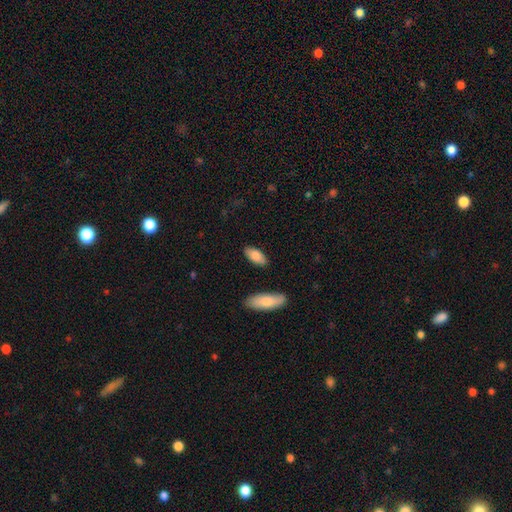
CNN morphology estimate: Smooth or featured? Predicted: smooth (p=0.86). How rounded? Predicted: in between (p=0.89). Merging? Predicted: none (p=0.84).